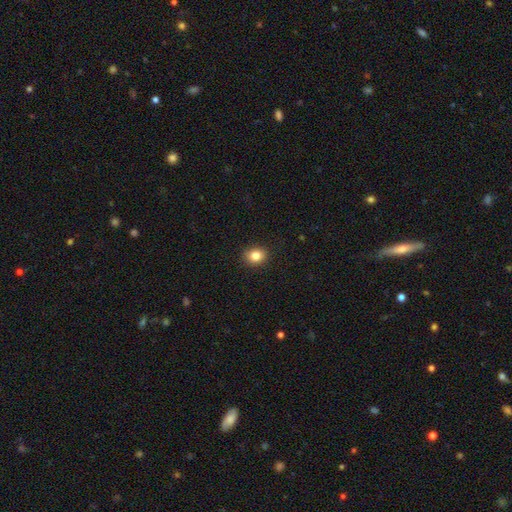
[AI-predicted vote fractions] smooth 84%, star or artifact 11%, featured or disk 6%. Down the decision tree: how rounded — round (62%); merging — none (90%).